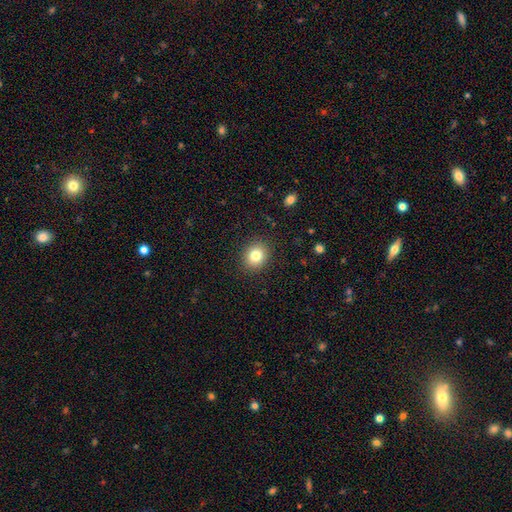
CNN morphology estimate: smooth-or-featured: smooth: 81% | star or artifact: 11% | featured or disk: 8%
  how-rounded: round: 72% | in between: 27% | cigar-shaped: 1%
  merging: none: 89% | minor disturbance: 7% | major disturbance: 2% | merger: 1%